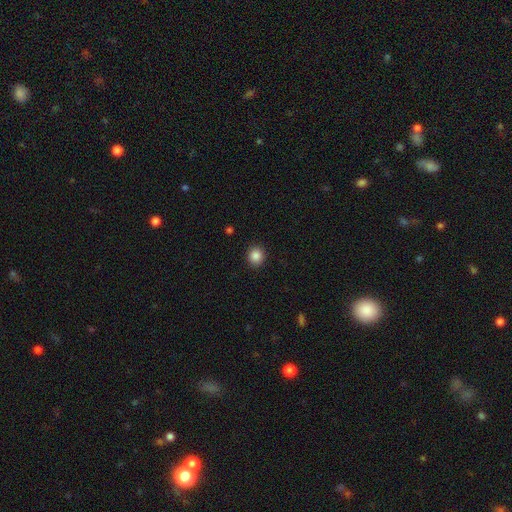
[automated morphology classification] Overall: smooth (87%). How rounded: round (86%). Merging: none (91%).